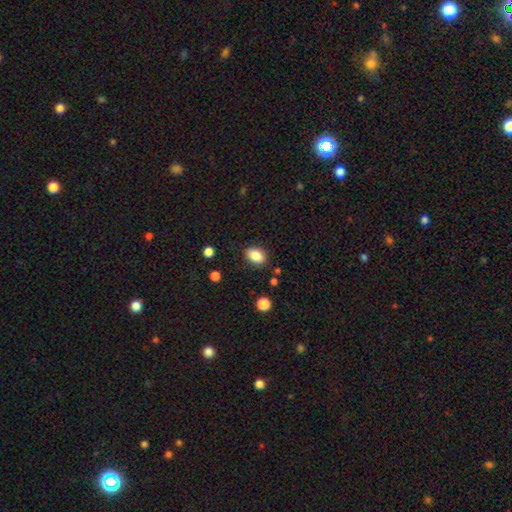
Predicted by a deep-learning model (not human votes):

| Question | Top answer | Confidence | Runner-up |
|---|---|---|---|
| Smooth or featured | smooth | 86% | star or artifact (9%) |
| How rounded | in between | 80% | round (18%) |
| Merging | none | 84% | minor disturbance (11%) |